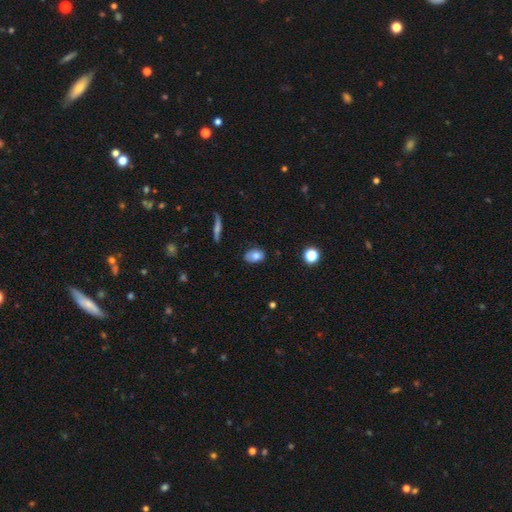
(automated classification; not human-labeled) smooth_or_featured: smooth (p=0.75) [alt: featured or disk p=0.16]
how_rounded: in between (p=0.83) [alt: round p=0.15]
merging: none (p=0.69) [alt: minor disturbance p=0.23]